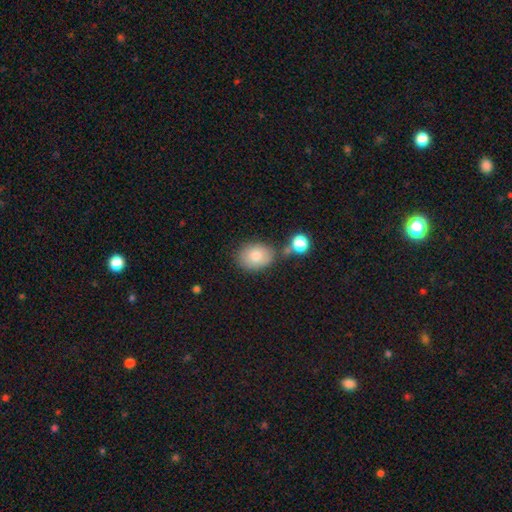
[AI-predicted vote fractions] smooth 79%, featured or disk 12%, star or artifact 9%. Down the decision tree: how rounded — in between (66%); merging — none (65%).